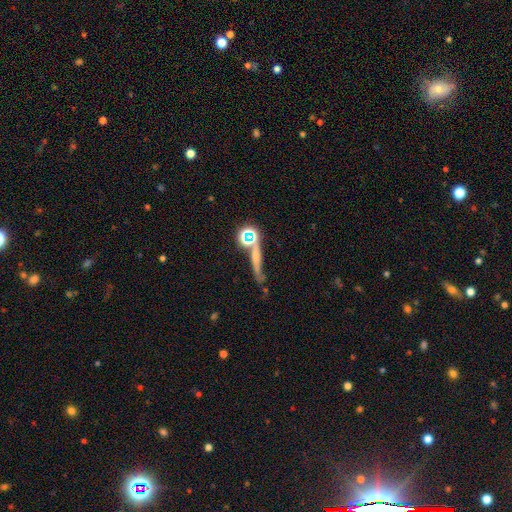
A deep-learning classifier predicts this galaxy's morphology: A smooth galaxy with no disk features (40%). Merging: none (52%).